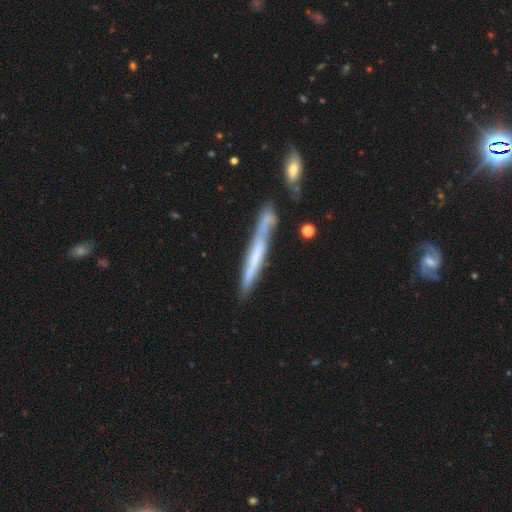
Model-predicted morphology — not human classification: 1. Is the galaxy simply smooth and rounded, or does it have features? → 52% featured or disk, 41% smooth, 7% star or artifact.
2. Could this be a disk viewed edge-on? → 89% yes, 11% no.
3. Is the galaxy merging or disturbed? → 62% none, 17% minor disturbance, 15% merger, 5% major disturbance.